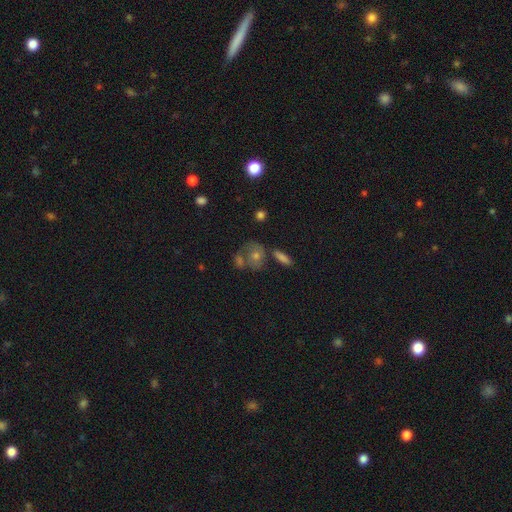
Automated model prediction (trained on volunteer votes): smooth-or-featured: smooth: 51% | featured or disk: 32% | star or artifact: 17%
  how-rounded: round: 69% | in between: 28% | cigar-shaped: 3%
  merging: none: 49% | merger: 27% | minor disturbance: 15% | major disturbance: 9%